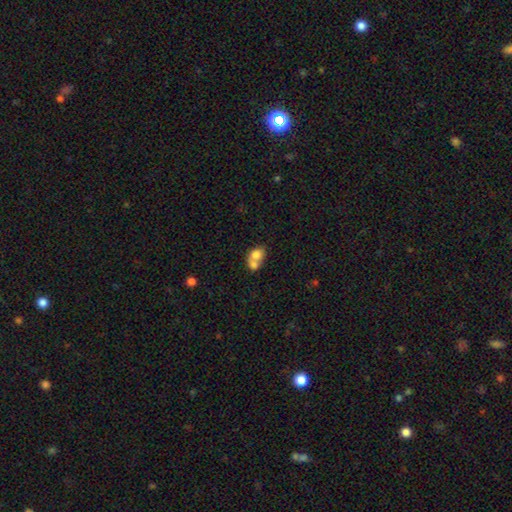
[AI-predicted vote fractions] This appears to be a smooth galaxy with no disk features (72%) that is in between round and cigar-shaped (50%). Merging: merger (71%).